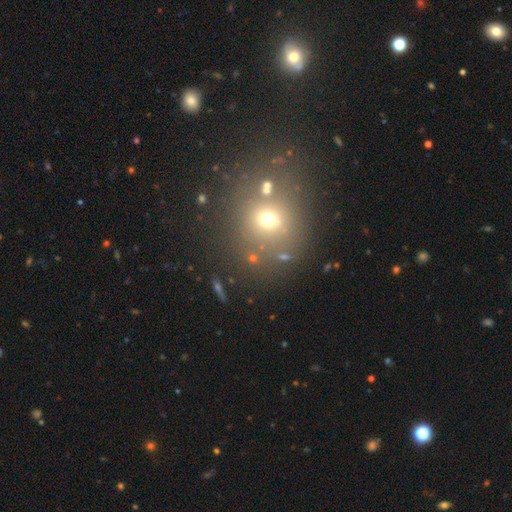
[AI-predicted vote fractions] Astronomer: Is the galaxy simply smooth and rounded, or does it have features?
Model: smooth — 55% (runner-up: star or artifact, 31%).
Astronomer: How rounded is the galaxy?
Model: round — 78%.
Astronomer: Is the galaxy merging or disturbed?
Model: none — 69%.